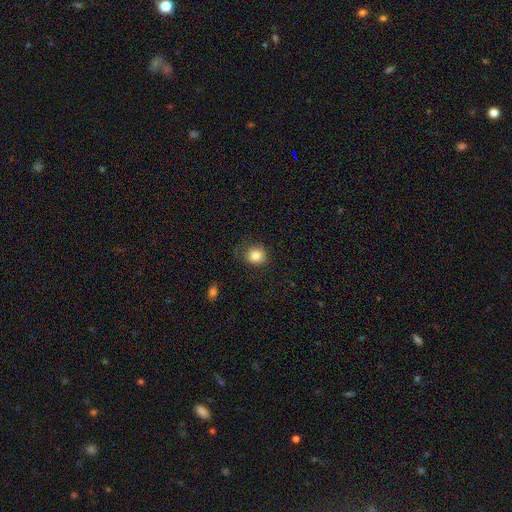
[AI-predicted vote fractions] Smooth or featured? Predicted: smooth (p=0.83). How rounded? Predicted: round (p=0.70). Merging? Predicted: none (p=0.65).